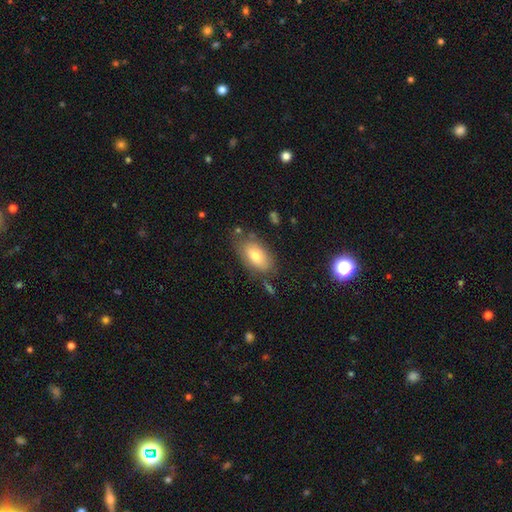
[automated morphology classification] smooth_or_featured: smooth (p=0.75) [alt: featured or disk p=0.17]
how_rounded: in between (p=0.92) [alt: round p=0.05]
merging: none (p=0.71) [alt: minor disturbance p=0.19]